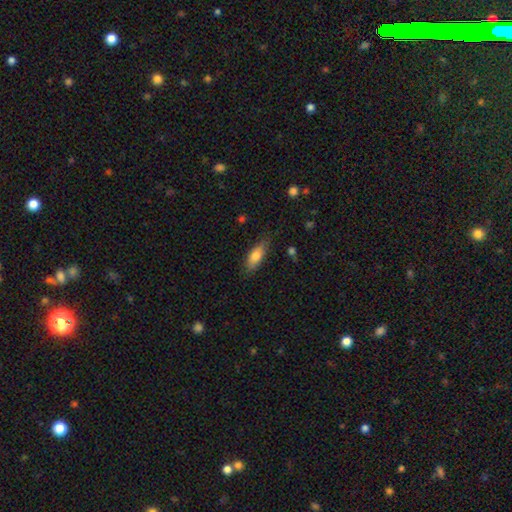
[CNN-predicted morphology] The model was most divided on "how rounded": in between: 74%, cigar-shaped: 24%, round: 3%. More confident: smooth or featured — smooth (77%); merging — none (77%).